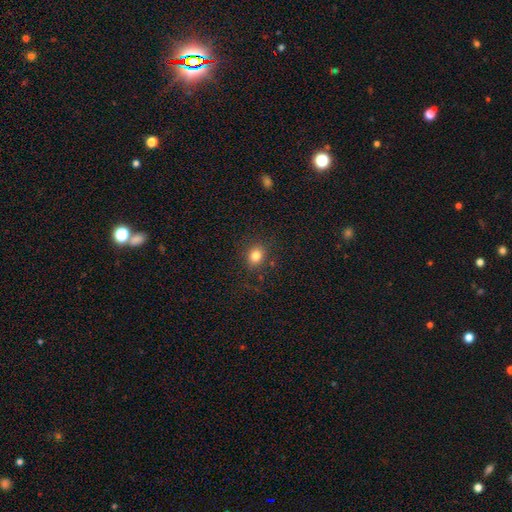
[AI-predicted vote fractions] smooth-or-featured: smooth: 82% | star or artifact: 12% | featured or disk: 6%
  how-rounded: round: 64% | in between: 36% | cigar-shaped: 1%
  merging: none: 83% | minor disturbance: 11% | major disturbance: 4% | merger: 2%